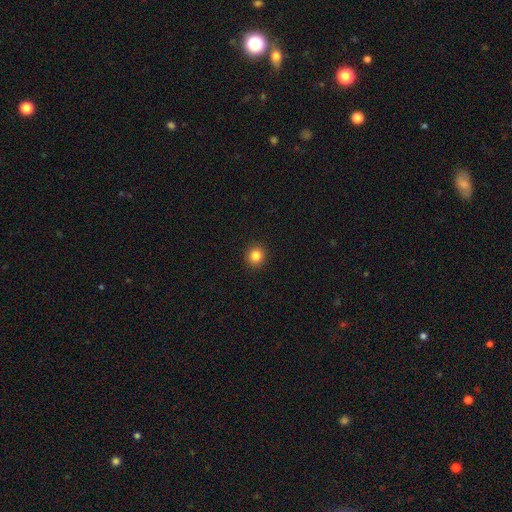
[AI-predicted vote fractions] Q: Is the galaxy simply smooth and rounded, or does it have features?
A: smooth — 84%.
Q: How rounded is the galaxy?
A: round — 91%.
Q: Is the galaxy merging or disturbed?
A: none — 93%.